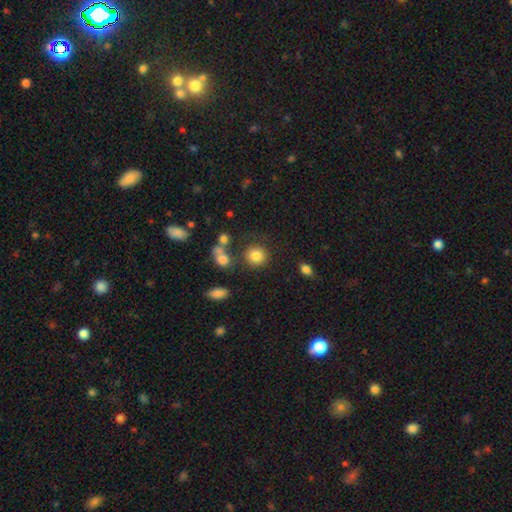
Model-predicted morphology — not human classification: smooth-or-featured: smooth: 82% | star or artifact: 11% | featured or disk: 7%
  how-rounded: round: 88% | in between: 11% | cigar-shaped: 1%
  merging: none: 75% | minor disturbance: 12% | merger: 8% | major disturbance: 6%